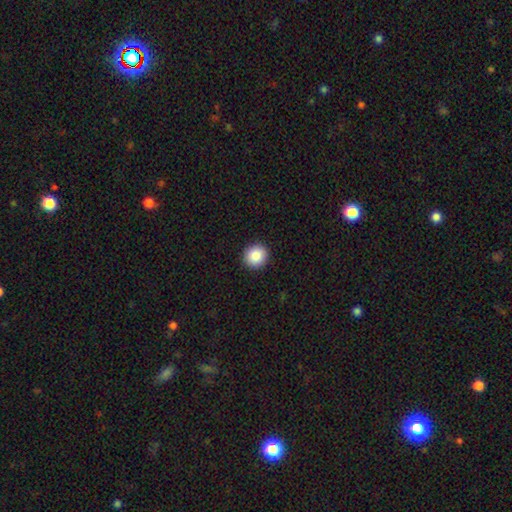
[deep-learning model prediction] Q: Smooth or featured?
A: smooth (87%); runner-up: star or artifact (8%)
Q: How rounded?
A: round (90%); runner-up: in between (10%)
Q: Merging?
A: none (93%); runner-up: minor disturbance (5%)